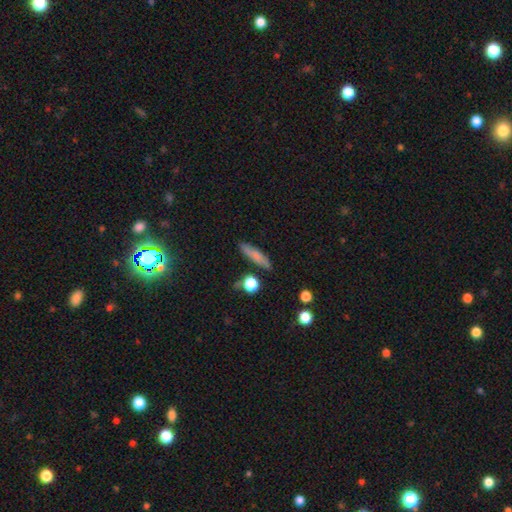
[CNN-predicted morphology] This appears to be a smooth galaxy with no disk features (73%) that is cigar-shaped (79%). Merging: none (82%).